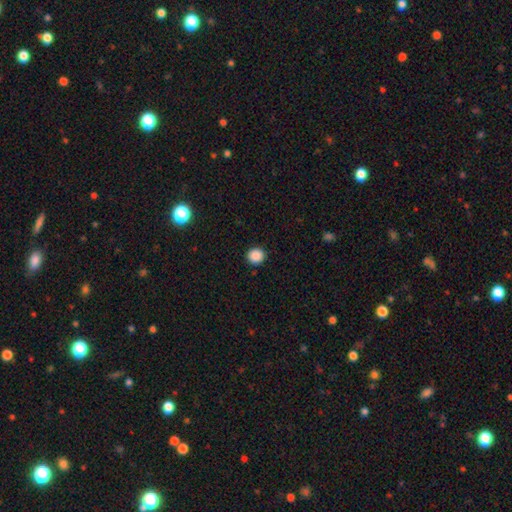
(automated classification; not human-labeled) smooth-or-featured: smooth: 88% | star or artifact: 10% | featured or disk: 2%
  how-rounded: round: 89% | in between: 10% | cigar-shaped: 1%
  merging: none: 92% | minor disturbance: 6% | major disturbance: 2% | merger: 1%